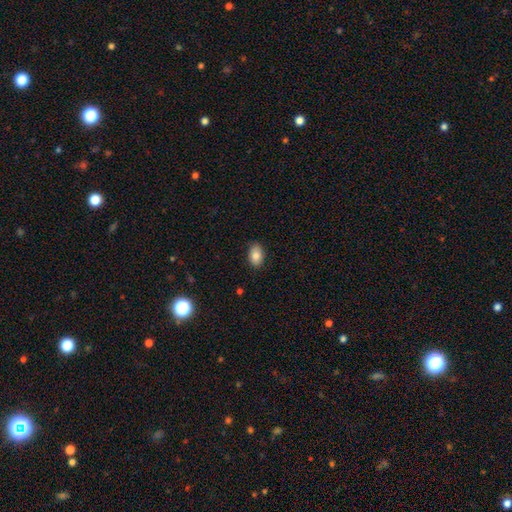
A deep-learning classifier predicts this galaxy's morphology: smooth 85%, star or artifact 8%, featured or disk 8%. Down the decision tree: how rounded — in between (88%); merging — none (87%).